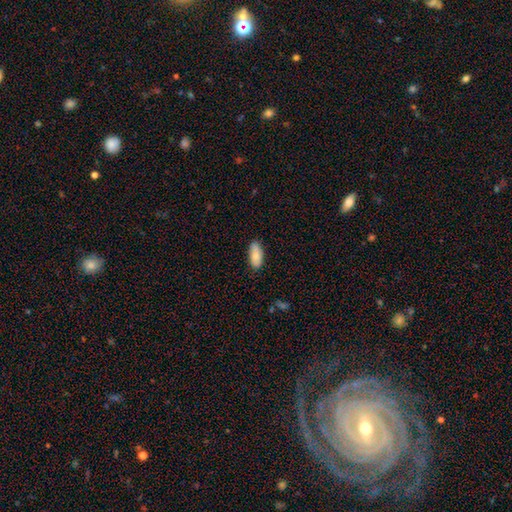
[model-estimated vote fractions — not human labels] Overall: smooth (84%). How rounded: in between (85%). Merging: none (83%).